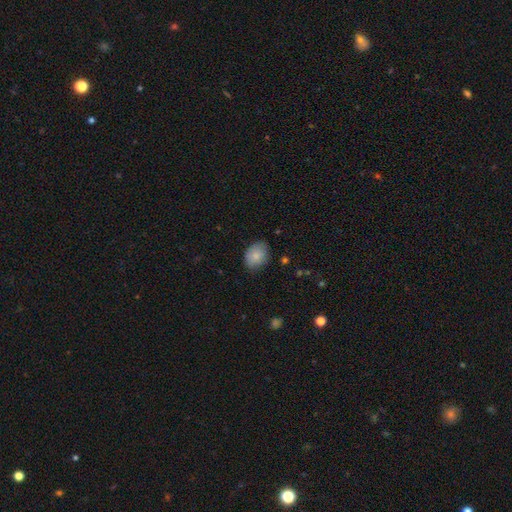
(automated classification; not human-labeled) A smooth galaxy with no disk features (82%) that is in between round and cigar-shaped (67%).

Vote fractions:
- Smooth or featured? smooth: 82% / featured or disk: 11% / star or artifact: 7%
- How rounded? in between: 67% / round: 32% / cigar-shaped: 1%
- Merging? none: 76% / minor disturbance: 19% / major disturbance: 4% / merger: 1%